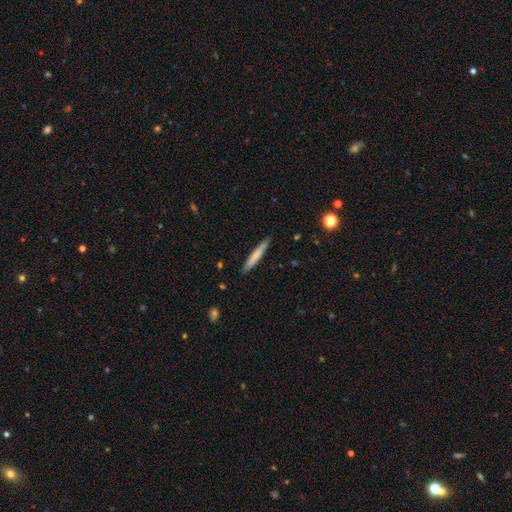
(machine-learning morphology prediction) Smooth or featured?
  - smooth: 67% *
  - featured or disk: 27%
  - star or artifact: 6%
How rounded?
  - cigar-shaped: 94% *
  - in between: 4%
  - round: 1%
Merging?
  - none: 87% *
  - minor disturbance: 10%
  - major disturbance: 2%
  - merger: 1%